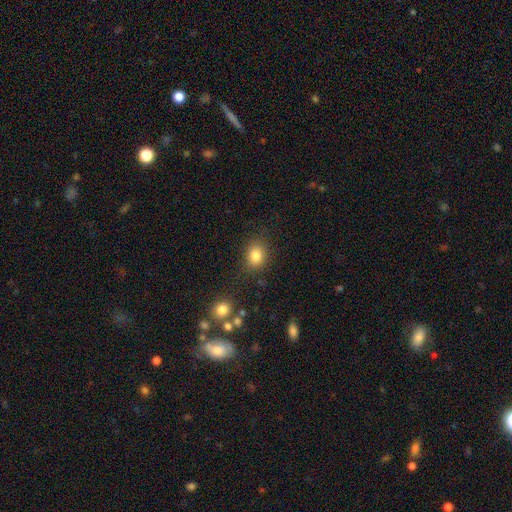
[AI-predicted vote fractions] smooth-or-featured: smooth: 83% | star or artifact: 11% | featured or disk: 7%
  how-rounded: round: 51% | in between: 48% | cigar-shaped: 1%
  merging: none: 82% | minor disturbance: 11% | major disturbance: 4% | merger: 3%